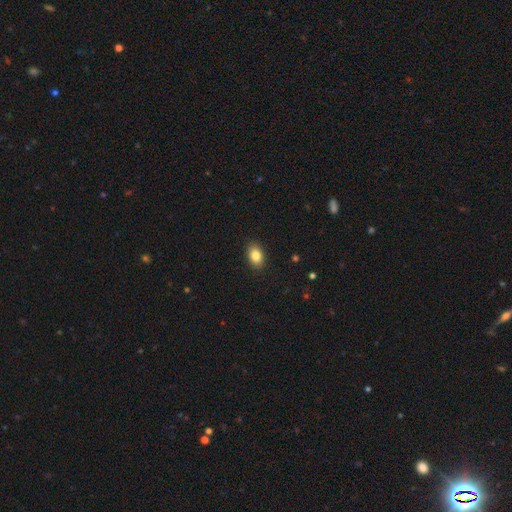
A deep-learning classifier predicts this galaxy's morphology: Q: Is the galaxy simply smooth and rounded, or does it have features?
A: smooth — 84%.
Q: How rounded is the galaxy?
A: in between — 83%.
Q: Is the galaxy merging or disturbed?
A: none — 89%.